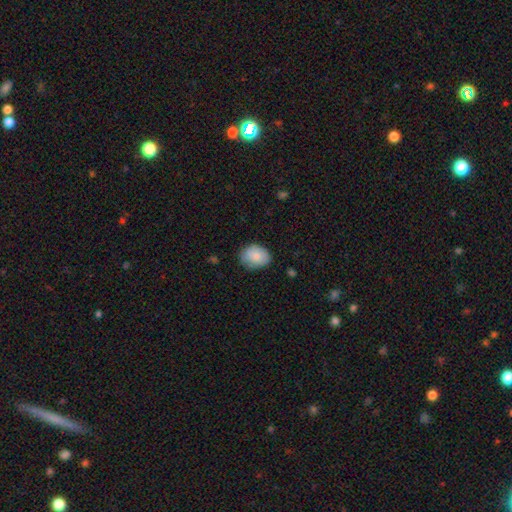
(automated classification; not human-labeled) This appears to be a smooth galaxy with no disk features (84%) that is in between round and cigar-shaped (60%). Merging: none (74%).